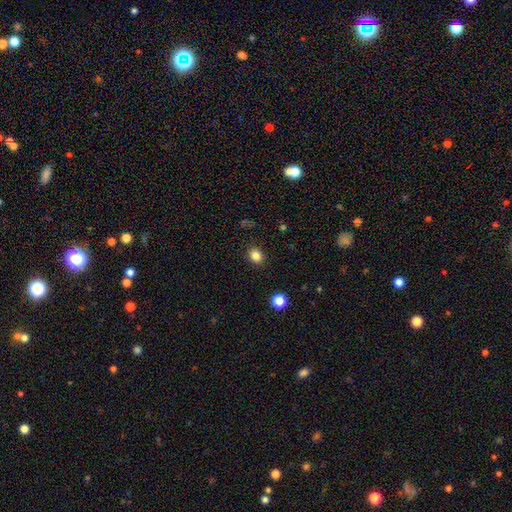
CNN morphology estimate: A smooth galaxy with no disk features (83%) that is round (64%).

Vote fractions:
- Smooth or featured? smooth: 83% / star or artifact: 12% / featured or disk: 5%
- How rounded? round: 64% / in between: 35% / cigar-shaped: 1%
- Merging? none: 89% / minor disturbance: 7% / major disturbance: 2% / merger: 1%